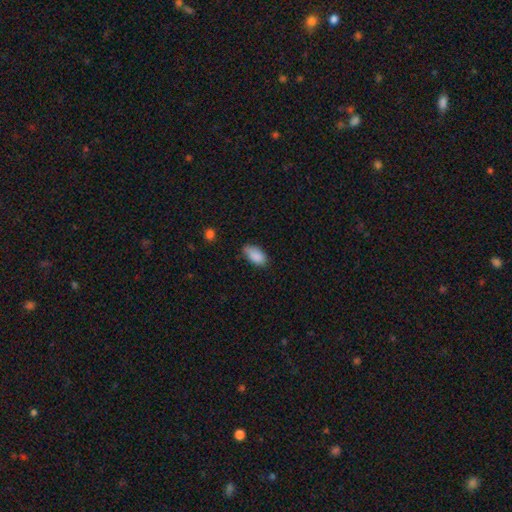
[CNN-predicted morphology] Smooth or featured: smooth — 88% (star or artifact — 8%)
How rounded: in between — 93% (round — 3%)
Merging: none — 63% (minor disturbance — 30%)